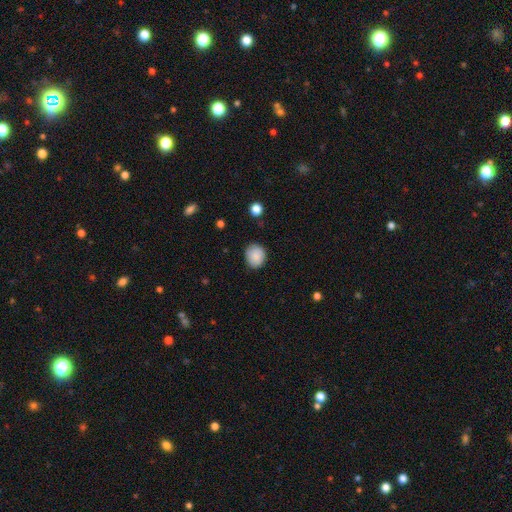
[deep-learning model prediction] smooth 88%, star or artifact 8%, featured or disk 5%. Down the decision tree: how rounded — round (73%); merging — none (83%).